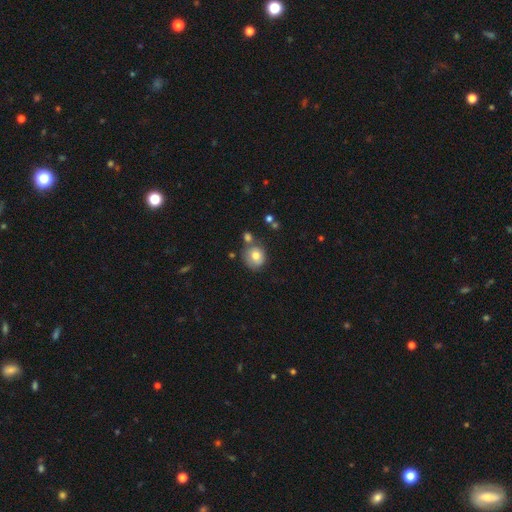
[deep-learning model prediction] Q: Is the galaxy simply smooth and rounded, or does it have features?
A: smooth — 76%.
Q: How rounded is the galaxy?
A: round — 84%.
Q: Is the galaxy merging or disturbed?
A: none — 60%.